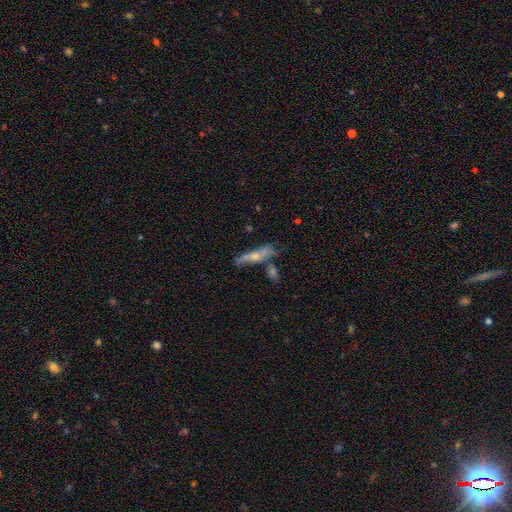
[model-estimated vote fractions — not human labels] Q: Smooth or featured?
A: featured or disk (48%); runner-up: smooth (45%)
Q: Merging?
A: none (51%); runner-up: minor disturbance (22%)